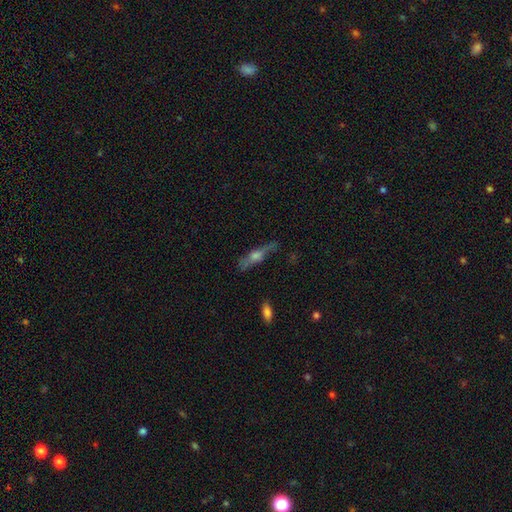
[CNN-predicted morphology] Smooth or featured? featured or disk (61%)
Edge-on disk? yes (84%)
Edge-on bulge? rounded (85%)
Merging? none (66%)